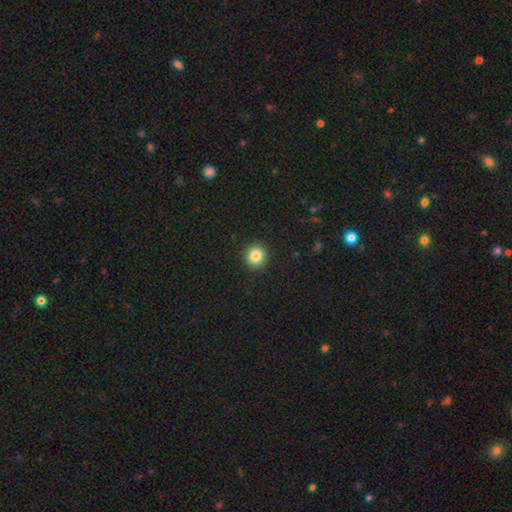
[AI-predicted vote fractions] A smooth galaxy with no disk features (86%) that is round (91%). Merging: none (92%).